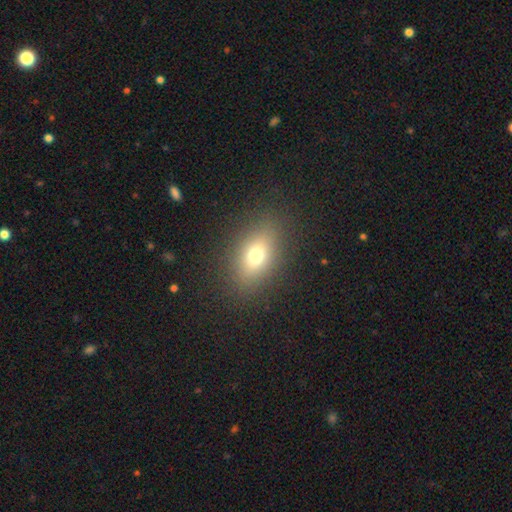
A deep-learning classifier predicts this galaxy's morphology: A smooth galaxy with no disk features (70%) that is in between round and cigar-shaped (75%).

Vote fractions:
- Smooth or featured? smooth: 70% / featured or disk: 16% / star or artifact: 14%
- How rounded? in between: 75% / round: 21% / cigar-shaped: 4%
- Merging? none: 85% / minor disturbance: 9% / major disturbance: 5% / merger: 1%